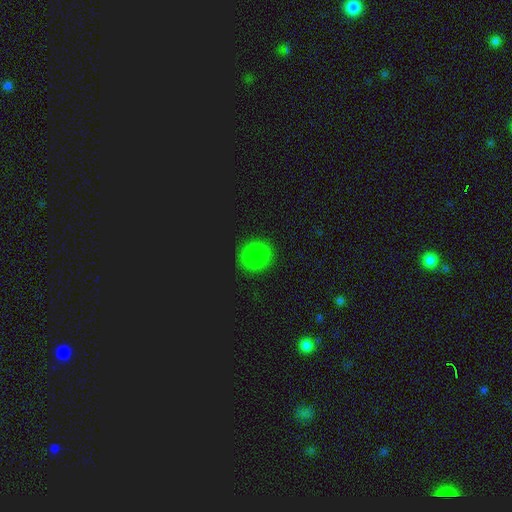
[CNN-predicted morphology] Q: Smooth or featured?
A: smooth (82%); runner-up: star or artifact (14%)
Q: How rounded?
A: round (86%); runner-up: in between (13%)
Q: Merging?
A: none (90%); runner-up: minor disturbance (7%)